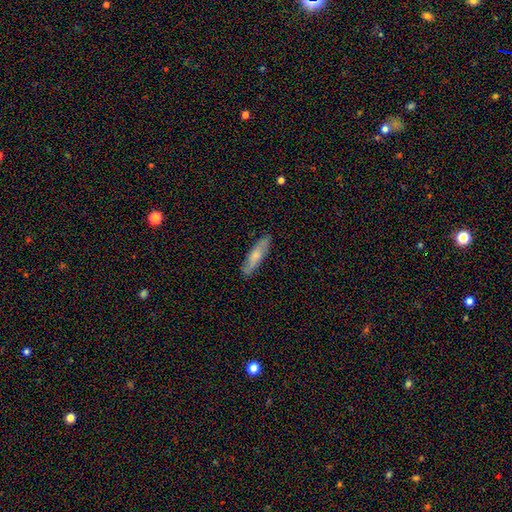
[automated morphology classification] A smooth galaxy with no disk features (64%) that is cigar-shaped (73%). Merging: none (86%).